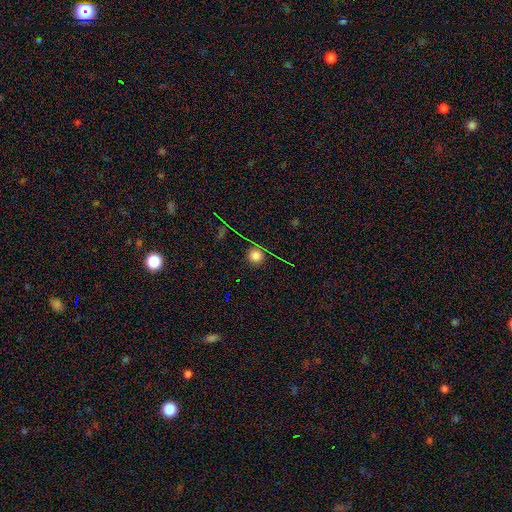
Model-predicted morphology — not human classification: Smooth or featured: smooth — 68% (star or artifact — 23%)
How rounded: round — 93% (in between — 6%)
Merging: none — 84% (minor disturbance — 10%)